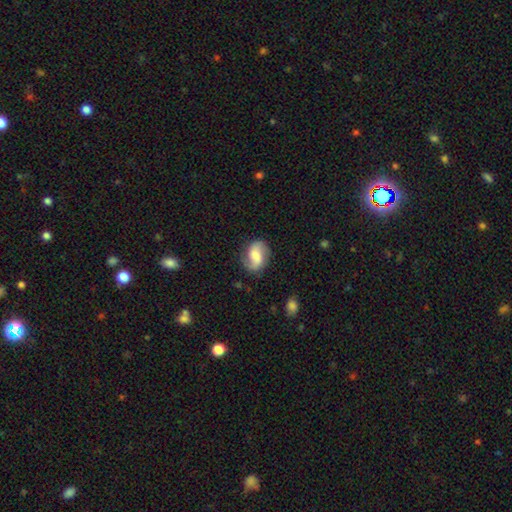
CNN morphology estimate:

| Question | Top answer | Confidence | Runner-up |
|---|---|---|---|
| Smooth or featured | featured or disk | 64% | smooth (29%) |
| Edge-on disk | no | 97% | yes (3%) |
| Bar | weak | 44% | no (39%) |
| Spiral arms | yes | 93% | no (7%) |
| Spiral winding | loose | 47% | medium (39%) |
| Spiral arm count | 2 | 86% | 1 (7%) |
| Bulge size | moderate | 36% | large (22%) |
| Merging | none | 76% | minor disturbance (16%) |